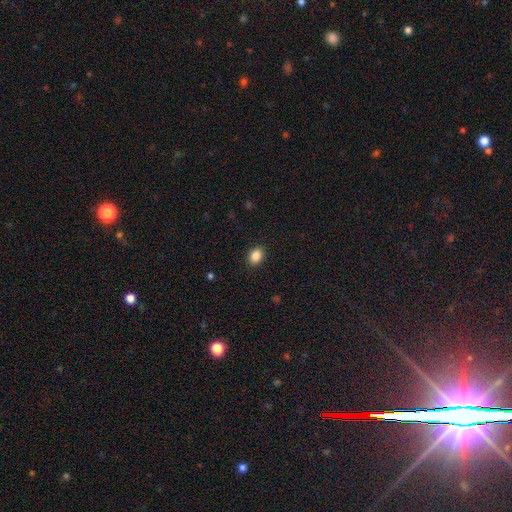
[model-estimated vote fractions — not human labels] Q: Smooth or featured?
A: smooth (87%); runner-up: star or artifact (9%)
Q: How rounded?
A: in between (60%); runner-up: round (40%)
Q: Merging?
A: none (90%); runner-up: minor disturbance (7%)